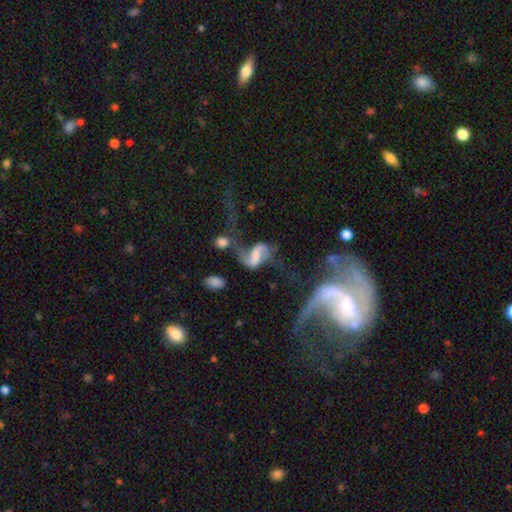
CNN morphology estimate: smooth-or-featured: featured or disk: 76% | smooth: 15% | star or artifact: 9%
  disk-edge-on: no: 96% | yes: 4%
    bar: strong: 43% | weak: 39% | no: 18%
    has-spiral-arms: yes: 89% | no: 11%
      spiral-winding: loose: 76% | medium: 19% | tight: 5%
      spiral-arm-count: 2: 90% | 1: 4% | can't tell: 3% | 3: 1% | 4: 1% | more than 4: 1%
    bulge-size: none: 35% | moderate: 26% | small: 25% | large: 11% | dominant: 3%
  merging: merger: 30% | none: 29% | major disturbance: 27% | minor disturbance: 14%